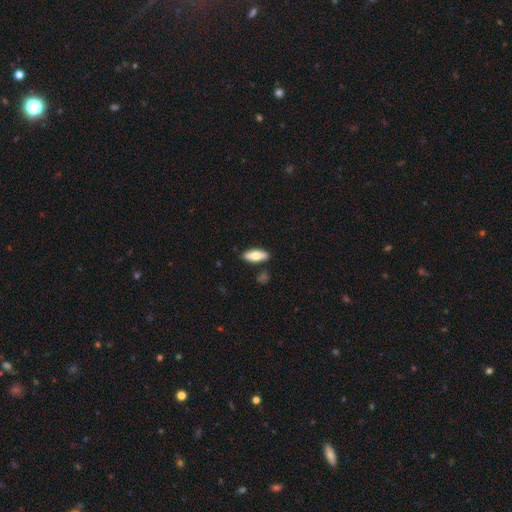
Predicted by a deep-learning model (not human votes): Smooth or featured: smooth — 68% (featured or disk — 27%)
How rounded: in between — 72% (cigar-shaped — 26%)
Merging: none — 85% (minor disturbance — 10%)